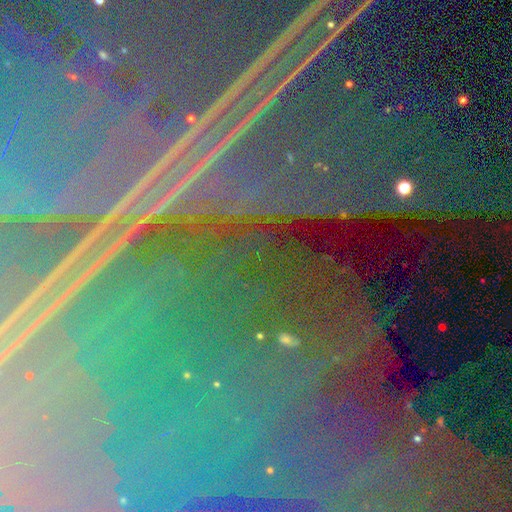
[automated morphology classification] smooth-or-featured: star or artifact: 87% | featured or disk: 7% | smooth: 6%